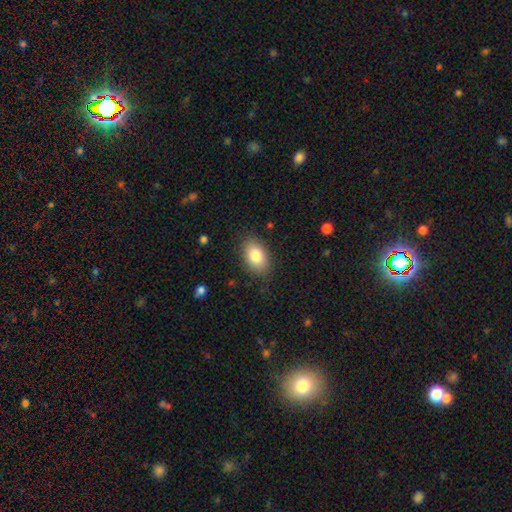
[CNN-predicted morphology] Smooth or featured? smooth (82%)
How rounded? in between (89%)
Merging? none (83%)